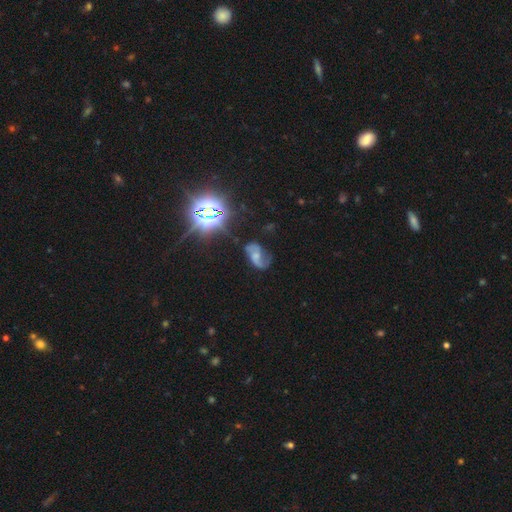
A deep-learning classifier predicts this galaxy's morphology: This appears to be a featured or disk galaxy (64%) with no bar (54%), 2 (77%) loose (60%) spiral arms (87%) and a small central bulge (39%). Merging: none (51%).